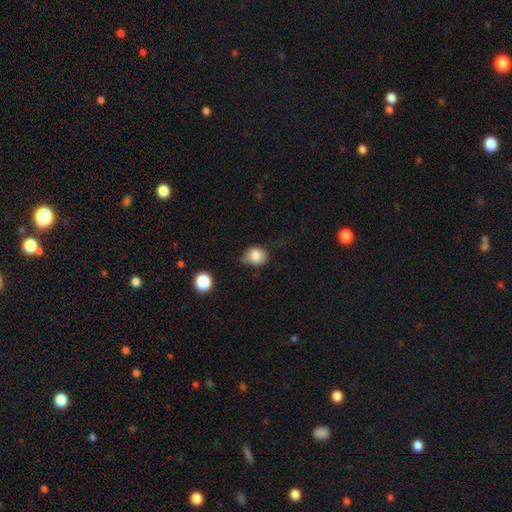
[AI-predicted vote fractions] Smooth or featured?
  - smooth: 82% *
  - star or artifact: 9%
  - featured or disk: 9%
How rounded?
  - round: 56% *
  - in between: 43%
  - cigar-shaped: 1%
Merging?
  - none: 47% *
  - minor disturbance: 39%
  - major disturbance: 11%
  - merger: 3%